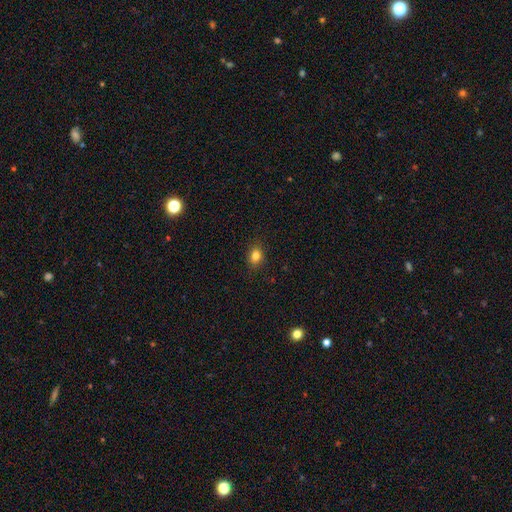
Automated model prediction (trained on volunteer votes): A smooth galaxy with no disk features (82%) that is in between round and cigar-shaped (56%). Merging: none (87%).